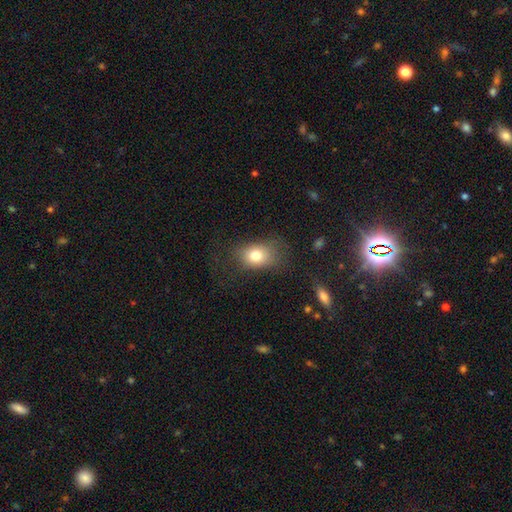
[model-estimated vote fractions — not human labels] Q: Smooth or featured?
A: smooth (78%); runner-up: star or artifact (11%)
Q: How rounded?
A: in between (66%); runner-up: round (33%)
Q: Merging?
A: none (64%); runner-up: minor disturbance (21%)